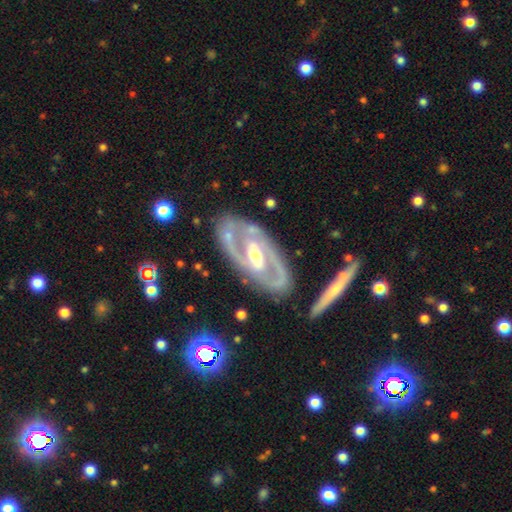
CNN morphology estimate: featured or disk 88%, smooth 7%, star or artifact 5%. Down the decision tree: edge-on disk — no (93%); bar — strong (46%); spiral arms — yes (92%); spiral arm count — 2 (88%); spiral winding — medium (47%); bulge size — moderate (57%); merging — none (80%).